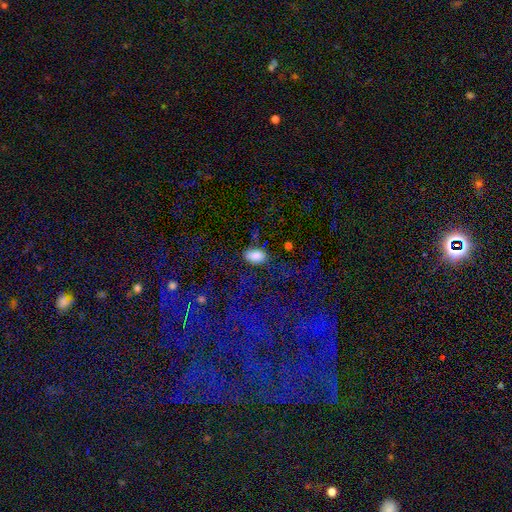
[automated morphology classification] Q: Smooth or featured?
A: smooth (83%); runner-up: star or artifact (9%)
Q: How rounded?
A: in between (91%); runner-up: round (7%)
Q: Merging?
A: none (72%); runner-up: minor disturbance (18%)